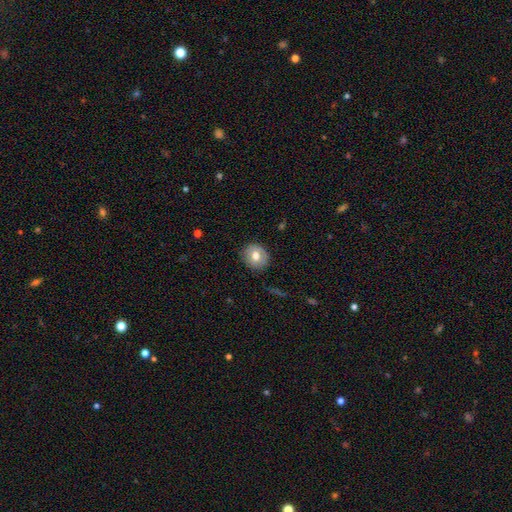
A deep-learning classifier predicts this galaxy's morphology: Smooth or featured? Predicted: smooth (p=0.71). How rounded? Predicted: round (p=0.83). Merging? Predicted: none (p=0.86).